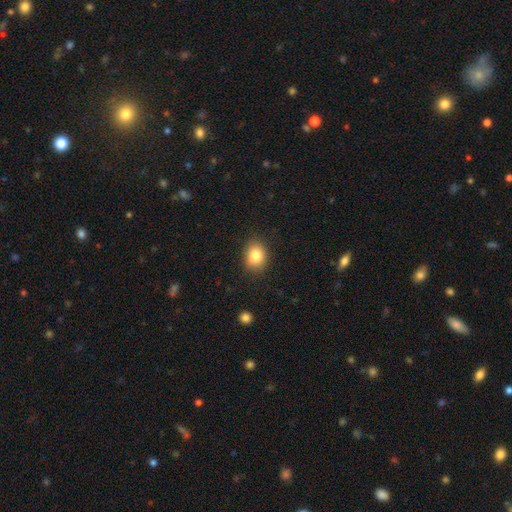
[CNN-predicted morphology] A smooth galaxy with no disk features (83%) that is in between round and cigar-shaped (55%).

Vote fractions:
- Smooth or featured? smooth: 83% / star or artifact: 9% / featured or disk: 8%
- How rounded? in between: 55% / round: 44% / cigar-shaped: 1%
- Merging? none: 85% / minor disturbance: 11% / major disturbance: 3% / merger: 1%